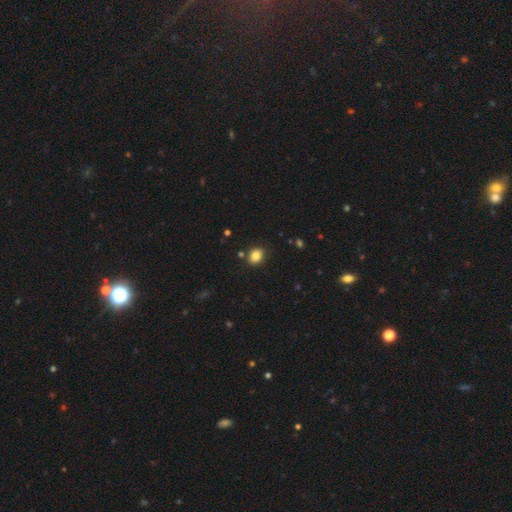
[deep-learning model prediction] Smooth or featured? Predicted: smooth (p=0.85). How rounded? Predicted: in between (p=0.54). Merging? Predicted: none (p=0.84).